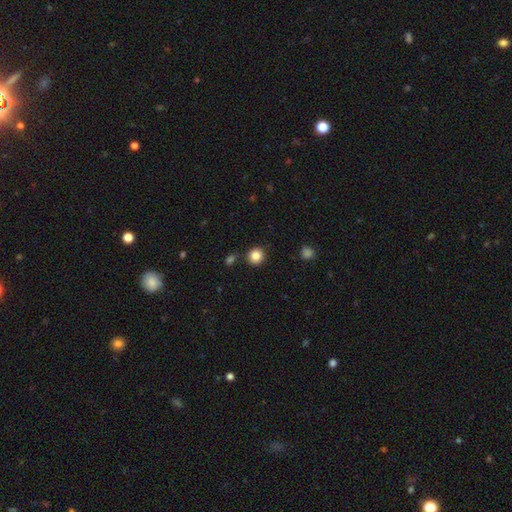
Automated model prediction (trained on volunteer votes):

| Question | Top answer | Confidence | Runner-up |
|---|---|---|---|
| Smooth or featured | smooth | 85% | star or artifact (10%) |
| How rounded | round | 92% | in between (7%) |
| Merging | none | 86% | minor disturbance (8%) |